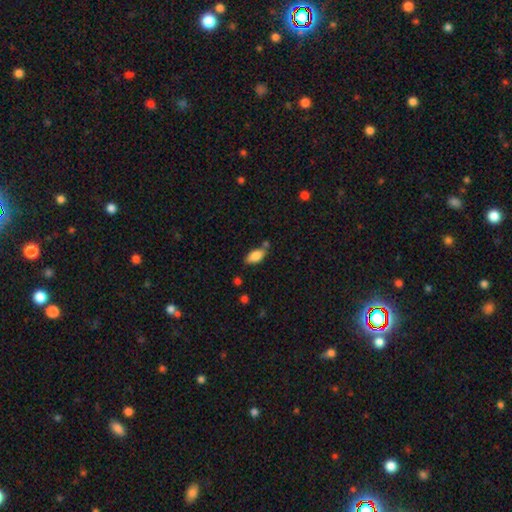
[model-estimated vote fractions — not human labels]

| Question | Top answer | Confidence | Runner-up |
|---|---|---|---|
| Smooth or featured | smooth | 83% | featured or disk (10%) |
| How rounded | in between | 90% | cigar-shaped (7%) |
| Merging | none | 67% | minor disturbance (18%) |